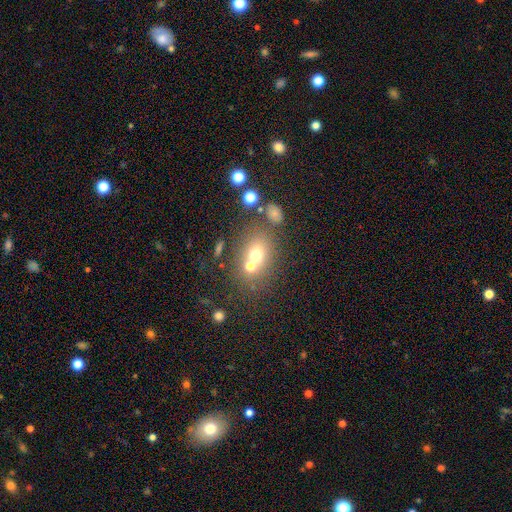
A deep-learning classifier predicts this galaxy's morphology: Smooth or featured?
  - smooth: 65% *
  - featured or disk: 19%
  - star or artifact: 16%
How rounded?
  - round: 54% *
  - in between: 45%
  - cigar-shaped: 1%
Merging?
  - none: 43% *
  - merger: 41%
  - minor disturbance: 10%
  - major disturbance: 6%